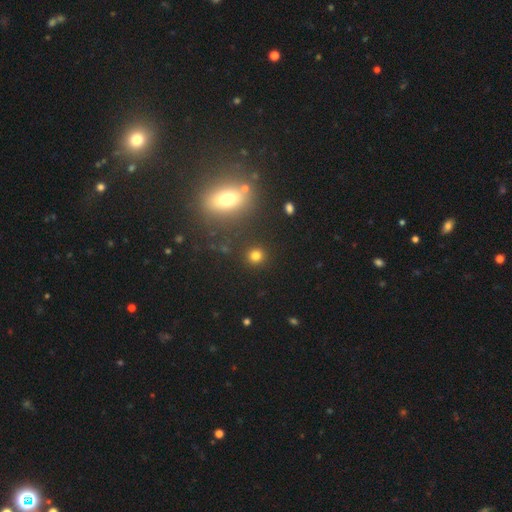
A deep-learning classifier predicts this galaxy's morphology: Smooth or featured: smooth — 80% (star or artifact — 15%)
How rounded: round — 89% (in between — 10%)
Merging: none — 89% (minor disturbance — 5%)